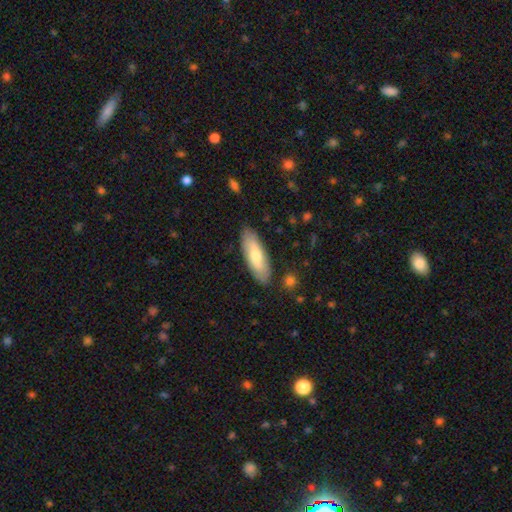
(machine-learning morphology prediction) smooth-or-featured: smooth: 66% | featured or disk: 29% | star or artifact: 5%
  how-rounded: in between: 62% | cigar-shaped: 36% | round: 2%
  merging: none: 86% | minor disturbance: 10% | major disturbance: 2% | merger: 1%